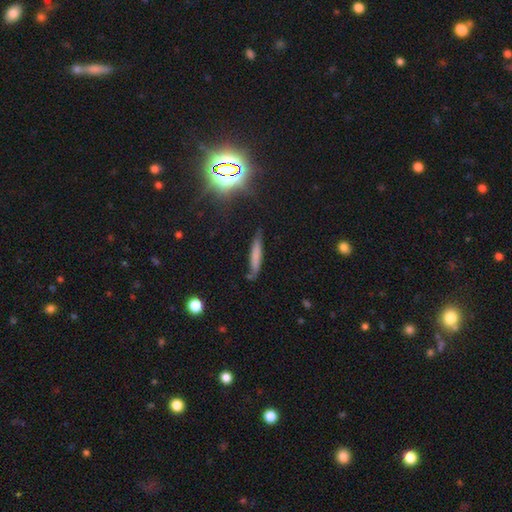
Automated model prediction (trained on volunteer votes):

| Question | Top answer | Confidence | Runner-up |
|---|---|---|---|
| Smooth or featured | smooth | 64% | featured or disk (24%) |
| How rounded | cigar-shaped | 89% | in between (9%) |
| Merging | none | 74% | minor disturbance (19%) |